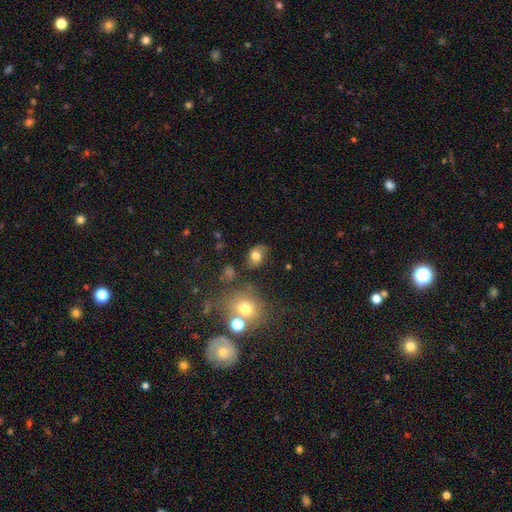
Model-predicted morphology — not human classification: This appears to be a smooth galaxy with no disk features (72%) that is in between round and cigar-shaped (68%). Merging: none (69%).